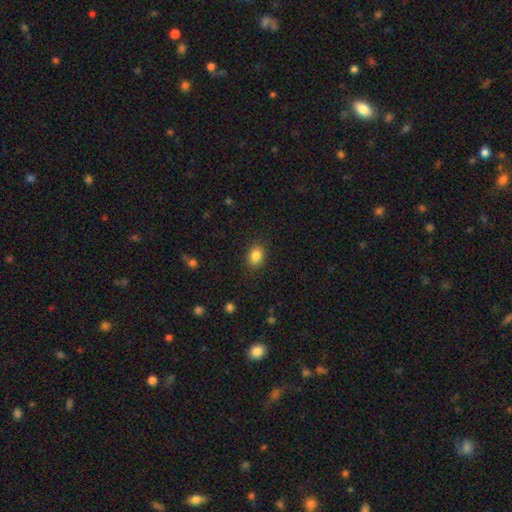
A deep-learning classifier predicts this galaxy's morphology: smooth_or_featured: smooth (p=0.86) [alt: star or artifact p=0.09]
how_rounded: in between (p=0.67) [alt: round p=0.32]
merging: none (p=0.87) [alt: minor disturbance p=0.09]